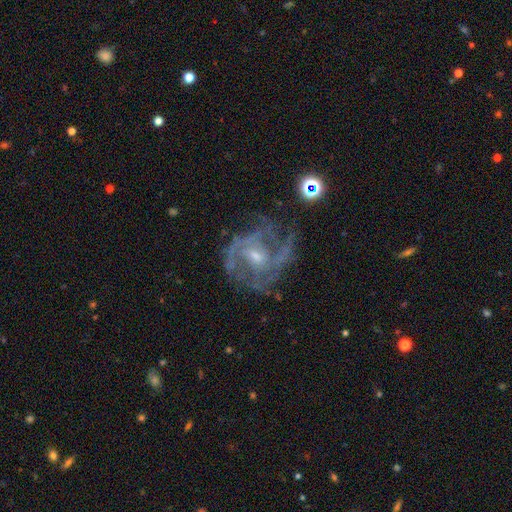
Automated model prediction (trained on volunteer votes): A featured or disk galaxy (82%) with no bar (53%), 3 (27%, tied with can't tell) medium (46%) spiral arms (91%) and a small central bulge (53%).

Vote fractions:
- Smooth or featured? featured or disk: 82% / star or artifact: 11% / smooth: 7%
- Edge-on disk? no: 97% / yes: 3%
- Bar? no: 53% / weak: 37% / strong: 9%
- Spiral arms? yes: 91% / no: 9%
- Spiral winding? medium: 46% / tight: 40% / loose: 15%
- Spiral arm count? 3: 27% (tied) / can't tell: 27% (tied) / 2: 26% / 4: 9% / 1: 6% / more than 4: 5%
- Bulge size? small: 53% / moderate: 40% / none: 4% / large: 2% / dominant: 1%
- Merging? none: 62% / minor disturbance: 19% / major disturbance: 17% / merger: 3%